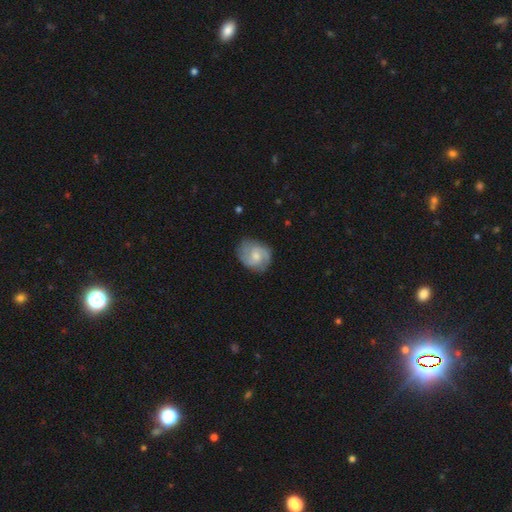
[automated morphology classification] Smooth or featured: featured or disk — 68% (smooth — 26%)
Edge-on disk: no — 98% (yes — 2%)
Bar: no — 51% (weak — 43%)
Spiral arms: yes — 93% (no — 7%)
Spiral winding: medium — 50% (tight — 31%)
Spiral arm count: 2 — 73% (can't tell — 11%)
Bulge size: moderate — 54% (small — 35%)
Merging: none — 75% (minor disturbance — 18%)